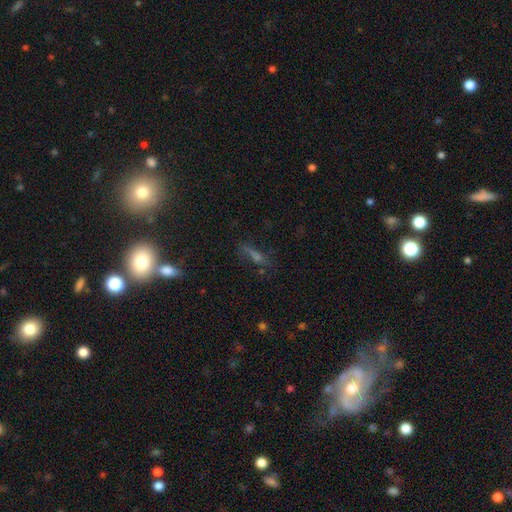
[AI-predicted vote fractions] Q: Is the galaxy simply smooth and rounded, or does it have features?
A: smooth — 38%.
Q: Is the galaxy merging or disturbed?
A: none — 61%.